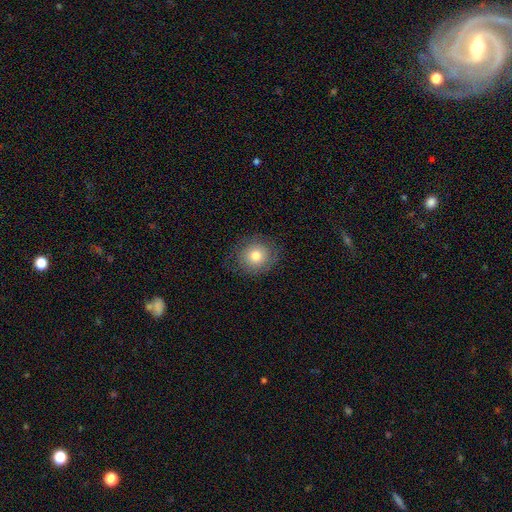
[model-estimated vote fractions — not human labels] A smooth galaxy with no disk features (73%) that is round (86%). Merging: none (80%).